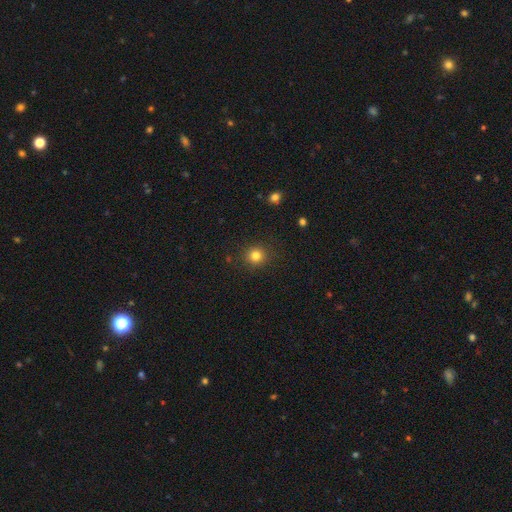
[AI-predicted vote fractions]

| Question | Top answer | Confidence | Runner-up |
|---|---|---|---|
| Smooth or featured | smooth | 81% | star or artifact (13%) |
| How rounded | round | 92% | in between (7%) |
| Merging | none | 90% | minor disturbance (7%) |